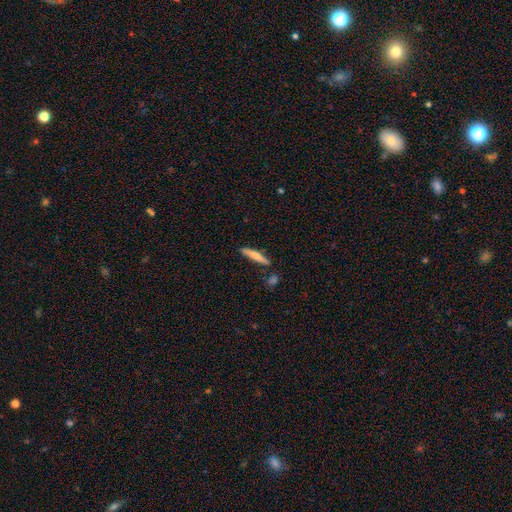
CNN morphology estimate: Q: Smooth or featured?
A: smooth (63%); runner-up: featured or disk (31%)
Q: How rounded?
A: cigar-shaped (92%); runner-up: in between (7%)
Q: Merging?
A: none (81%); runner-up: minor disturbance (12%)